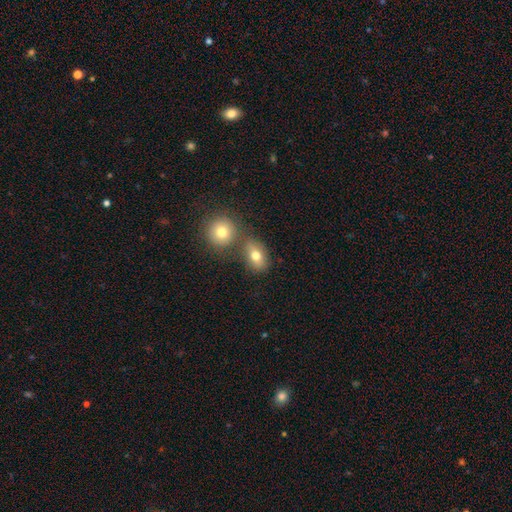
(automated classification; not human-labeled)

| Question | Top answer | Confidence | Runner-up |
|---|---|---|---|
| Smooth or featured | smooth | 75% | featured or disk (14%) |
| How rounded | in between | 66% | round (32%) |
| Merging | none | 58% | merger (25%) |